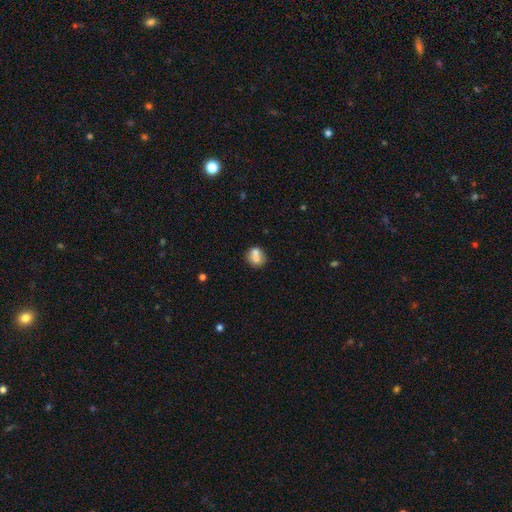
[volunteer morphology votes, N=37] smooth-or-featured: smooth: 78% | featured or disk: 19% | star or artifact: 3%
  how-rounded: round: 66% | in between: 31% | cigar-shaped: 3%
  merging: none: 50% | merger: 28% | minor disturbance: 17% | major disturbance: 6%